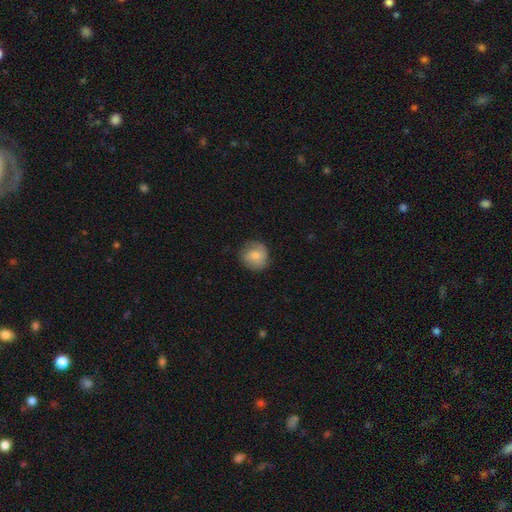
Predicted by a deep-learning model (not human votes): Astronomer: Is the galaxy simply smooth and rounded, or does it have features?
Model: smooth — 71%.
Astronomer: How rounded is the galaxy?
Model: round — 87%.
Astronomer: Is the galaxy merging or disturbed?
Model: none — 75%.